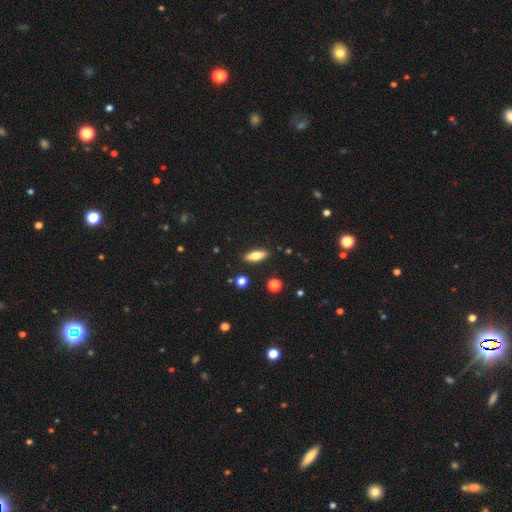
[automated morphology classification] This is likely a smooth galaxy (70%). How rounded: likely in between (65%). Merging: clearly none (88%).